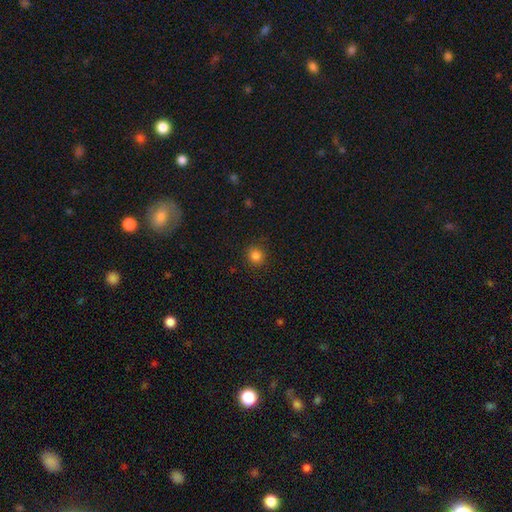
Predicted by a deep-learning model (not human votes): Overall: smooth (84%). How rounded: round (90%). Merging: none (90%).